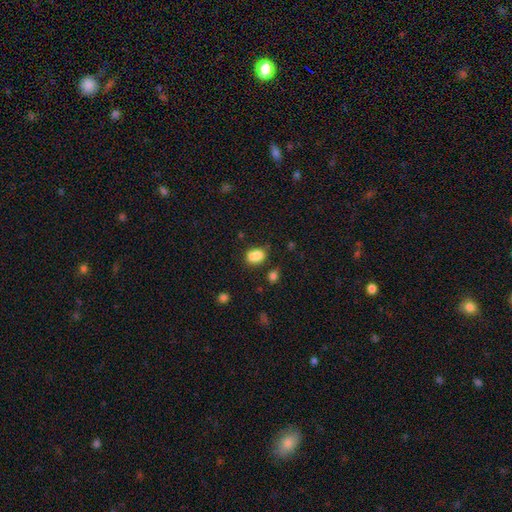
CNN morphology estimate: A smooth galaxy with no disk features (82%) that is in between round and cigar-shaped (71%).

Vote fractions:
- Smooth or featured? smooth: 82% / star or artifact: 10% / featured or disk: 8%
- How rounded? in between: 71% / round: 28% / cigar-shaped: 1%
- Merging? none: 52% / merger: 21% / minor disturbance: 20% / major disturbance: 6%